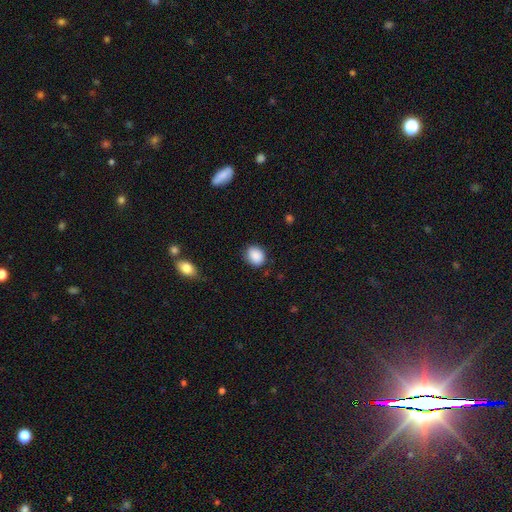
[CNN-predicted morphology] Overall: smooth (88%). How rounded: round (59%; in between 40%). Merging: none (81%).